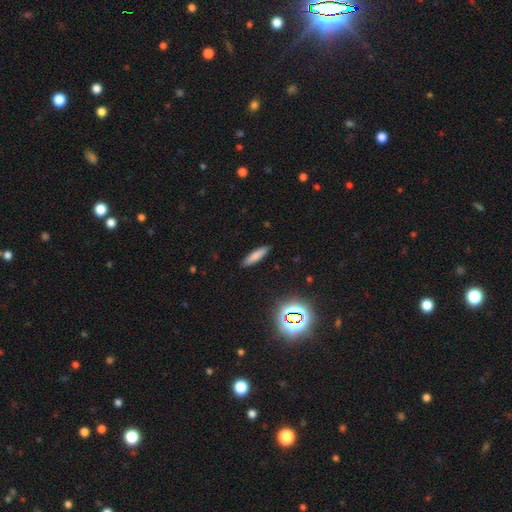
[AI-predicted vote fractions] Smooth or featured?
  - smooth: 76% *
  - featured or disk: 12%
  - star or artifact: 12%
How rounded?
  - cigar-shaped: 75% *
  - in between: 23%
  - round: 2%
Merging?
  - none: 89% *
  - minor disturbance: 8%
  - major disturbance: 2%
  - merger: 1%